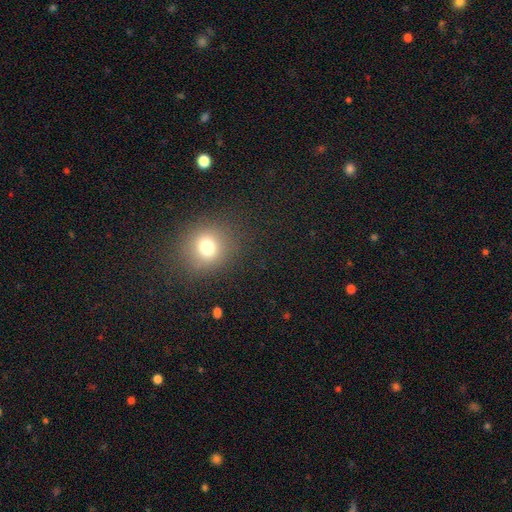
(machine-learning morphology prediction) Smooth or featured: smooth — 67% (star or artifact — 25%)
How rounded: round — 78% (in between — 20%)
Merging: none — 90% (minor disturbance — 6%)